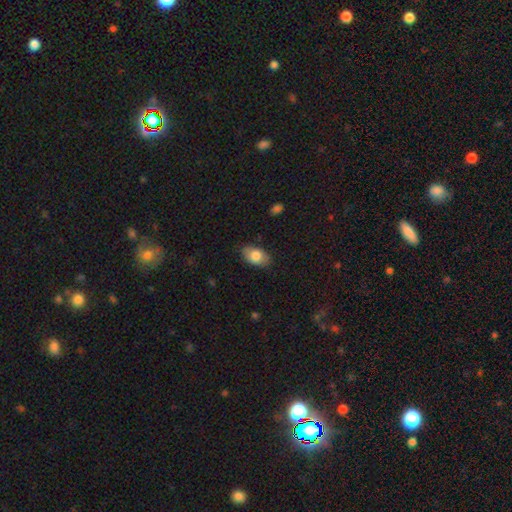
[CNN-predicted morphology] smooth-or-featured: smooth: 78% | featured or disk: 15% | star or artifact: 7%
  how-rounded: in between: 91% | round: 8% | cigar-shaped: 1%
  merging: none: 83% | minor disturbance: 14% | major disturbance: 3% | merger: 1%